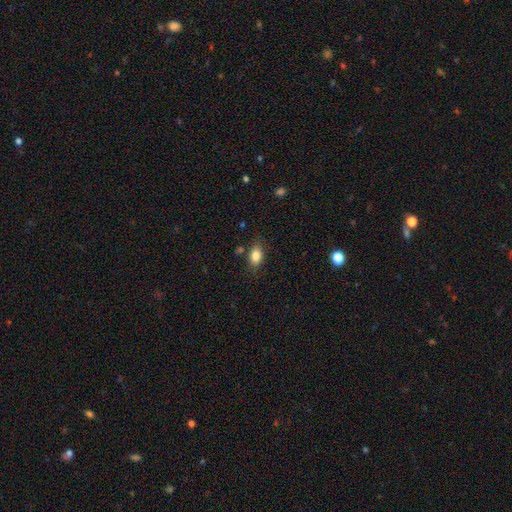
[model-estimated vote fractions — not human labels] smooth-or-featured: smooth: 83% | star or artifact: 9% | featured or disk: 8%
  how-rounded: in between: 84% | round: 13% | cigar-shaped: 3%
  merging: none: 79% | minor disturbance: 14% | major disturbance: 3% | merger: 3%